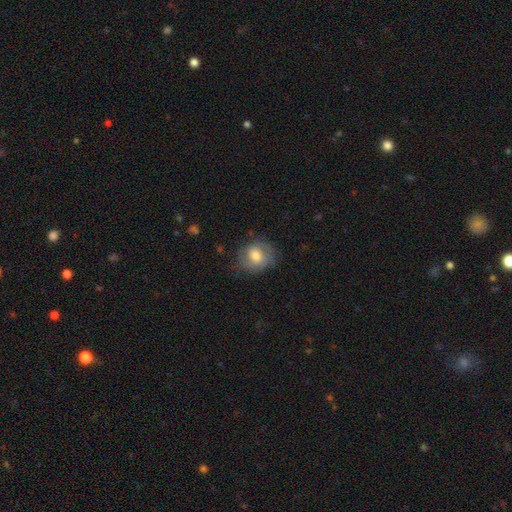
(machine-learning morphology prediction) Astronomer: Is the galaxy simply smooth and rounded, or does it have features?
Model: smooth — 58% (runner-up: featured or disk, 35%).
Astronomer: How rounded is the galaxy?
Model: round — 74%.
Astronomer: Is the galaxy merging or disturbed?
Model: none — 68%.